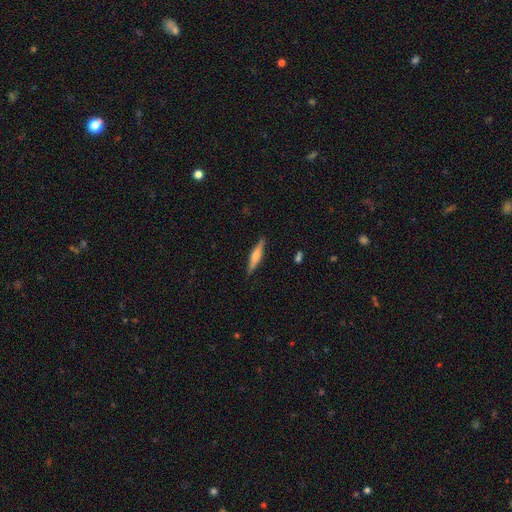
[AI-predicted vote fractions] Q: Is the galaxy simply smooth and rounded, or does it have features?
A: featured or disk — 51%.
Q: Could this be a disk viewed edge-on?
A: yes — 96%.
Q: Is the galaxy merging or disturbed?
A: none — 88%.